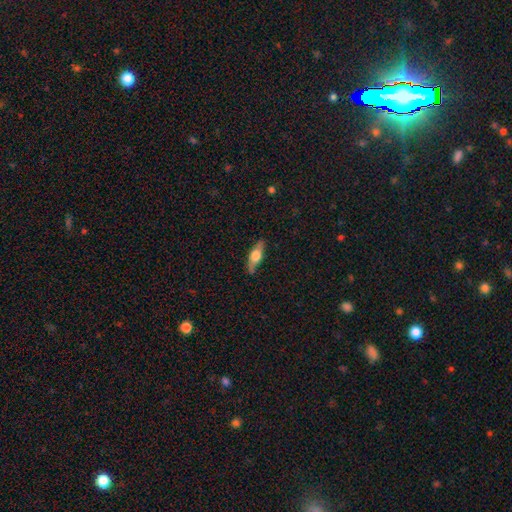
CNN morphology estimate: The model was most divided on "smooth or featured": featured or disk: 52%, smooth: 42%, star or artifact: 6%. More confident: edge-on disk — yes (89%); merging — none (84%).